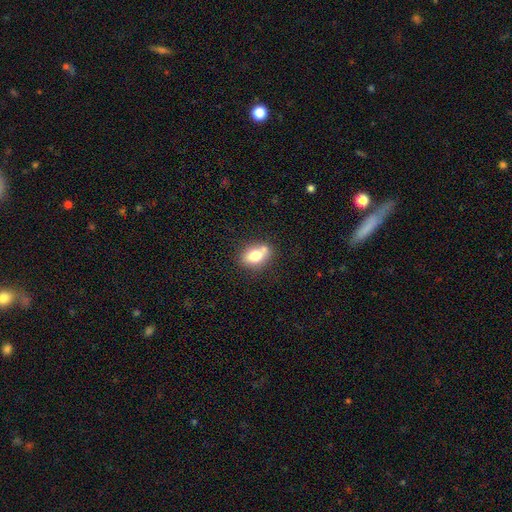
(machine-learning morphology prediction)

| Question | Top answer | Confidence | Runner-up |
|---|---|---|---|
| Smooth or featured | smooth | 74% | featured or disk (17%) |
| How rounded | in between | 77% | round (20%) |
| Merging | none | 56% | merger (23%) |